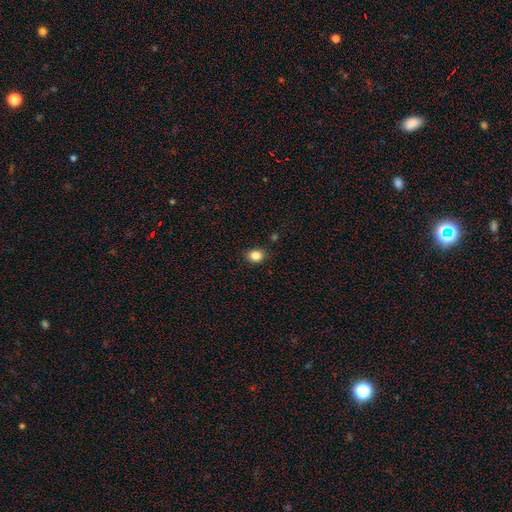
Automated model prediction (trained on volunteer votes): A smooth galaxy with no disk features (84%) that is round (50%). Merging: none (85%).